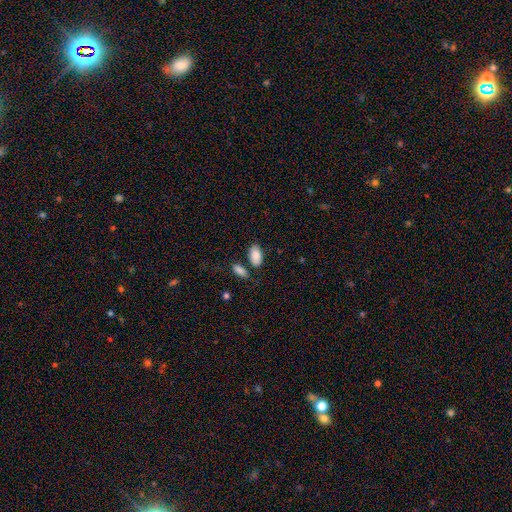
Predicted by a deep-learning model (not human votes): Smooth or featured? Predicted: smooth (p=0.87). How rounded? Predicted: in between (p=0.94). Merging? Predicted: none (p=0.72).